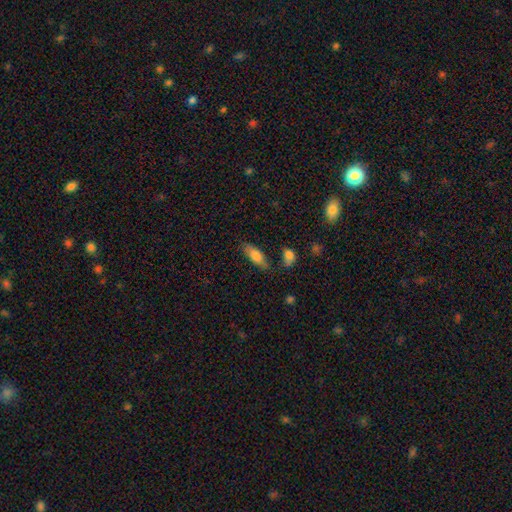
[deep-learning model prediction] A smooth galaxy with no disk features (74%) that is in between round and cigar-shaped (62%).

Vote fractions:
- Smooth or featured? smooth: 74% / featured or disk: 20% / star or artifact: 7%
- How rounded? in between: 62% / cigar-shaped: 36% / round: 3%
- Merging? none: 76% / minor disturbance: 16% / merger: 5% / major disturbance: 4%